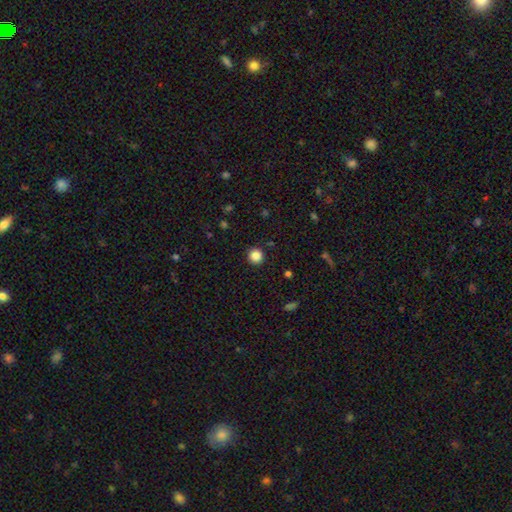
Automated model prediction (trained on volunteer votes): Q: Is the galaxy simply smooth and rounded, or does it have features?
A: smooth — 86%.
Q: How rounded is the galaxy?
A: round — 94%.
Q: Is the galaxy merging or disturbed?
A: none — 92%.